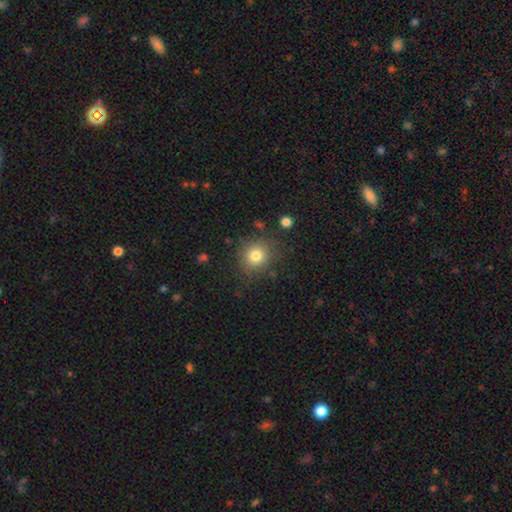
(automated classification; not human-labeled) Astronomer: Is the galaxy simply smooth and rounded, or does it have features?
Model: smooth — 79%.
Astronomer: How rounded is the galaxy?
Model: round — 83%.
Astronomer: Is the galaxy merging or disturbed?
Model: none — 82%.